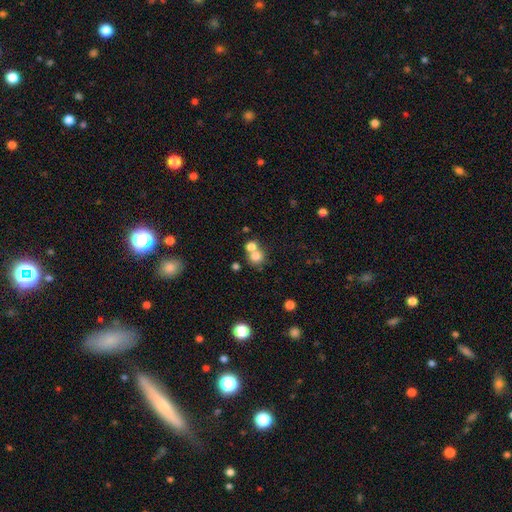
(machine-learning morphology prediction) smooth-or-featured: smooth: 77% | star or artifact: 12% | featured or disk: 12%
  how-rounded: round: 83% | in between: 16% | cigar-shaped: 1%
  merging: merger: 52% | none: 39% | minor disturbance: 6% | major disturbance: 3%